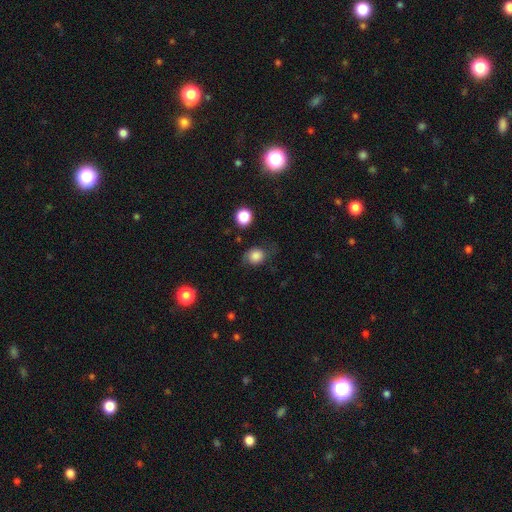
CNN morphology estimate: smooth-or-featured: smooth: 77% | featured or disk: 13% | star or artifact: 11%
  how-rounded: round: 65% | in between: 34% | cigar-shaped: 1%
  merging: none: 60% | minor disturbance: 25% | major disturbance: 12% | merger: 2%